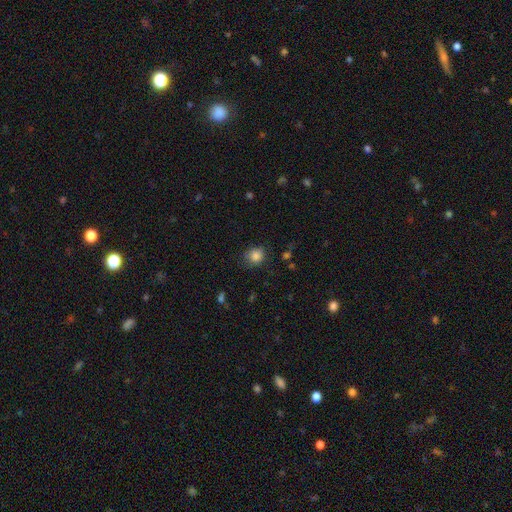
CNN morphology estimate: A smooth galaxy with no disk features (85%) that is round (72%).

Vote fractions:
- Smooth or featured? smooth: 85% / star or artifact: 10% / featured or disk: 5%
- How rounded? round: 72% / in between: 27% / cigar-shaped: 1%
- Merging? none: 73% / minor disturbance: 19% / major disturbance: 5% / merger: 2%